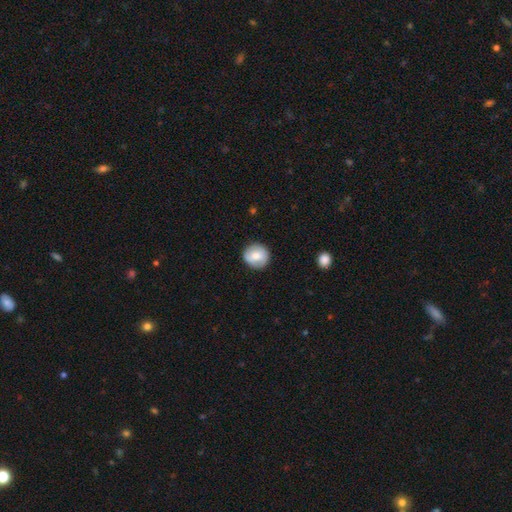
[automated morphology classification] smooth-or-featured: smooth: 70% | featured or disk: 22% | star or artifact: 7%
  how-rounded: round: 90% | in between: 9% | cigar-shaped: 1%
  merging: none: 85% | minor disturbance: 11% | major disturbance: 3% | merger: 1%